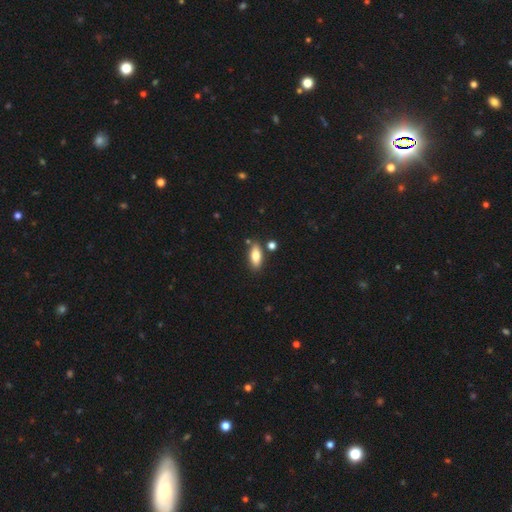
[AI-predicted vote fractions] Morphology: type=smooth (79%); roundness=in between (81%); merging=none (81%).